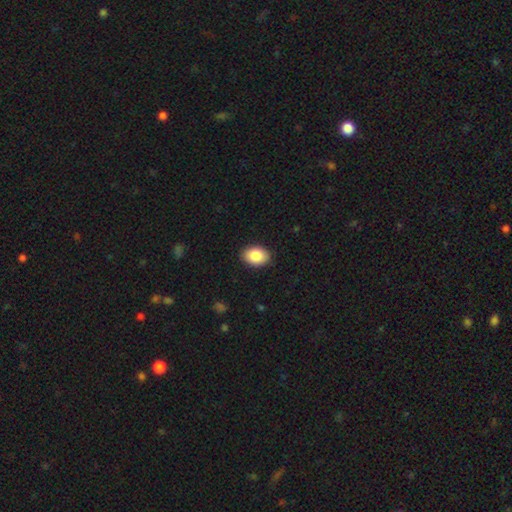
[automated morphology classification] Smooth or featured: smooth — 87% (star or artifact — 7%)
How rounded: in between — 82% (round — 17%)
Merging: none — 90% (minor disturbance — 7%)